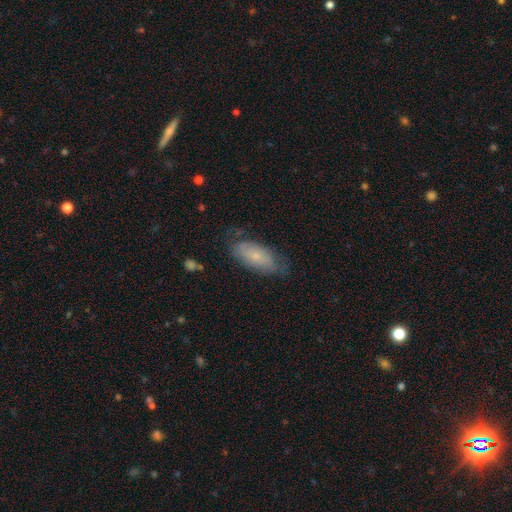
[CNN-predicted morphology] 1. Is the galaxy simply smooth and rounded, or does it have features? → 62% smooth, 31% featured or disk, 7% star or artifact.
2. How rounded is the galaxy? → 84% in between, 14% cigar-shaped, 3% round.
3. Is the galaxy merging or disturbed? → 66% none, 24% minor disturbance, 8% major disturbance, 2% merger.